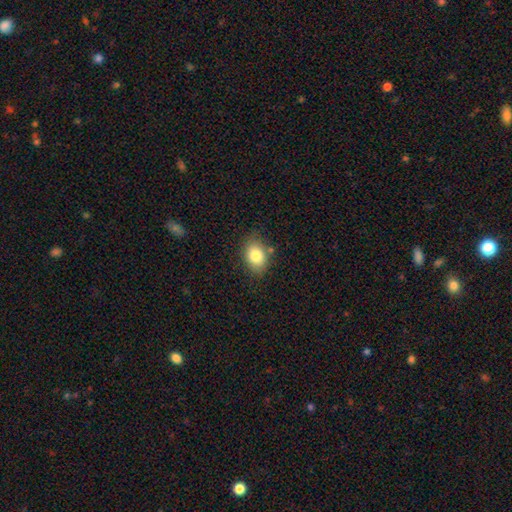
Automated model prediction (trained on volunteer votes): A smooth galaxy with no disk features (82%) that is in between round and cigar-shaped (73%).

Vote fractions:
- Smooth or featured? smooth: 82% / featured or disk: 9% / star or artifact: 8%
- How rounded? in between: 73% / round: 26% / cigar-shaped: 1%
- Merging? none: 78% / minor disturbance: 15% / merger: 4% / major disturbance: 4%